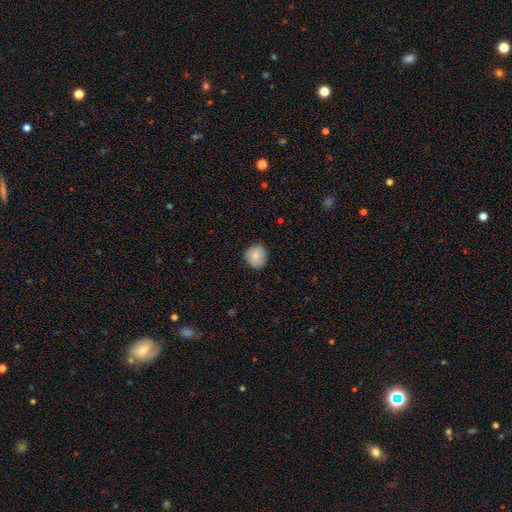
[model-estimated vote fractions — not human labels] Smooth or featured? Predicted: smooth (p=0.85). How rounded? Predicted: round (p=0.88). Merging? Predicted: none (p=0.83).